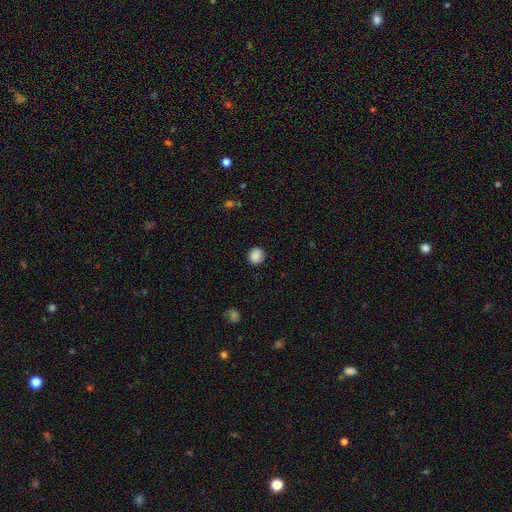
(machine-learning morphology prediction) Smooth or featured? Predicted: smooth (p=0.88). How rounded? Predicted: round (p=0.84). Merging? Predicted: none (p=0.90).